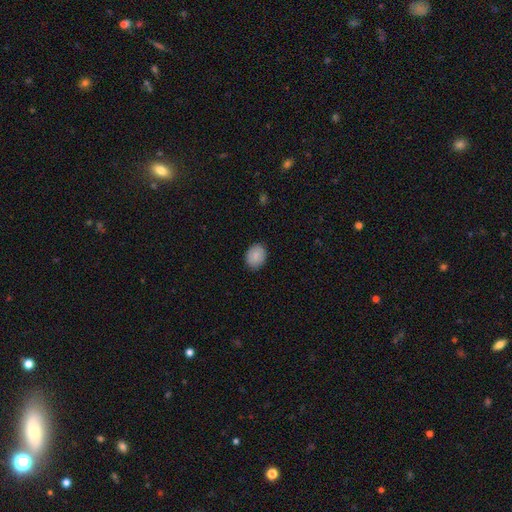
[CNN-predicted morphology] A smooth galaxy with no disk features (88%) that is in between round and cigar-shaped (57%).

Vote fractions:
- Smooth or featured? smooth: 88% / star or artifact: 7% / featured or disk: 5%
- How rounded? in between: 57% / round: 42% / cigar-shaped: 1%
- Merging? none: 89% / minor disturbance: 8% / major disturbance: 2% / merger: 1%